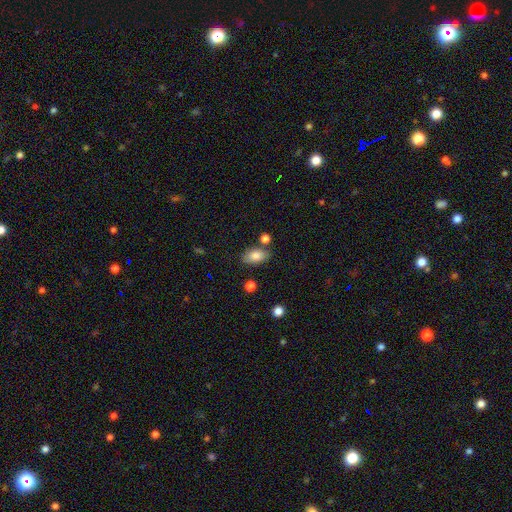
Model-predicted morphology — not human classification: Smooth or featured? smooth (83%)
How rounded? in between (90%)
Merging? none (77%)